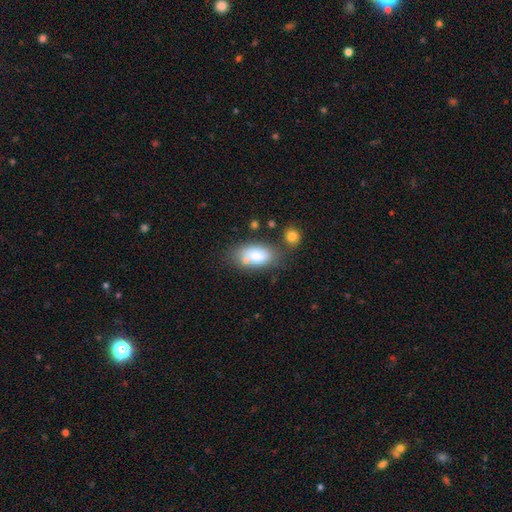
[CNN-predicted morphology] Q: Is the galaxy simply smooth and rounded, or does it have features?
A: smooth — 75%.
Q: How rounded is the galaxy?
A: in between — 92%.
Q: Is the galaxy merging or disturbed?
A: none — 55%.